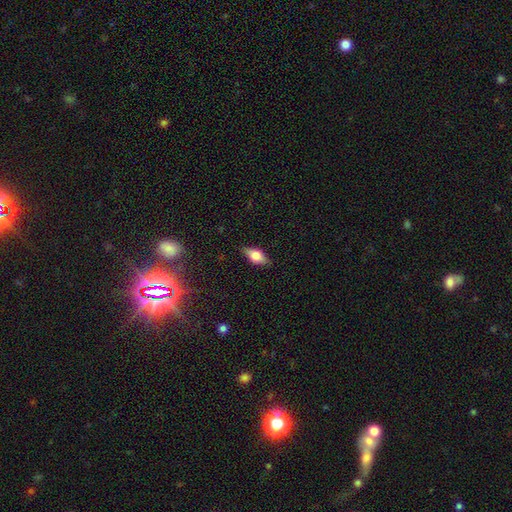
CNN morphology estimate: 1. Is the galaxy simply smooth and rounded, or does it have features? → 62% smooth, 30% featured or disk, 8% star or artifact.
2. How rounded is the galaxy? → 82% in between, 13% cigar-shaped, 6% round.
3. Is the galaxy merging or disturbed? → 83% none, 13% minor disturbance, 3% major disturbance, 1% merger.